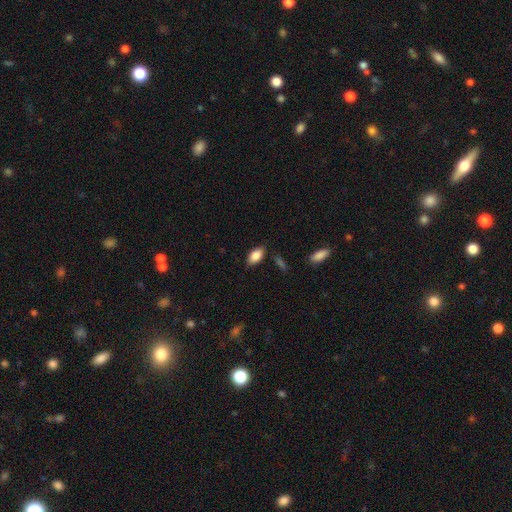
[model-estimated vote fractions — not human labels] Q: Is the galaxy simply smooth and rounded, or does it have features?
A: smooth — 85%.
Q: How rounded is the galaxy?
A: in between — 92%.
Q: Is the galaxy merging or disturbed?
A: none — 82%.